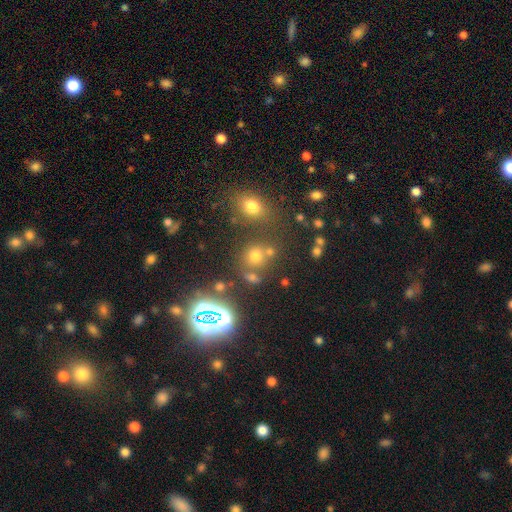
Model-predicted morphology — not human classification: Overall: smooth (57%; star or artifact 34%). How rounded: round (82%). Merging: none (64%).